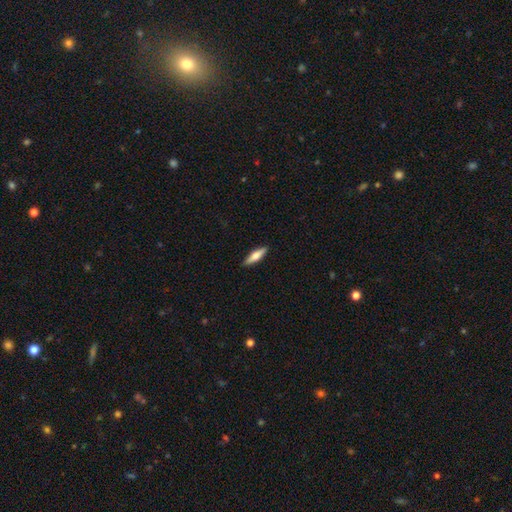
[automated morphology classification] Q: Smooth or featured?
A: smooth (56%); runner-up: featured or disk (38%)
Q: How rounded?
A: cigar-shaped (67%); runner-up: in between (31%)
Q: Merging?
A: none (90%); runner-up: minor disturbance (7%)